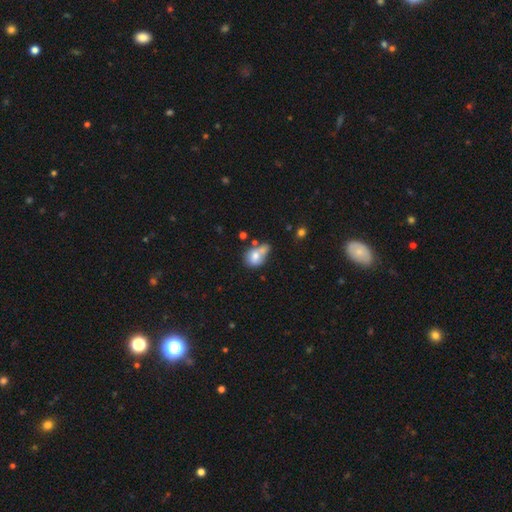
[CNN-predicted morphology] This appears to be a smooth galaxy with no disk features (72%) that is in between round and cigar-shaped (57%). Merging: merger (39%).